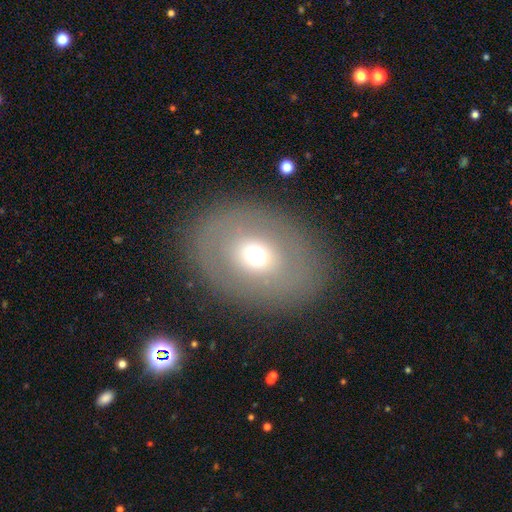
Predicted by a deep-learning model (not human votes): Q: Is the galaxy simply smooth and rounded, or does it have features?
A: smooth — 54%.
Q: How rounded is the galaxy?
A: in between — 57%.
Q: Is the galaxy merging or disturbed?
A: none — 80%.